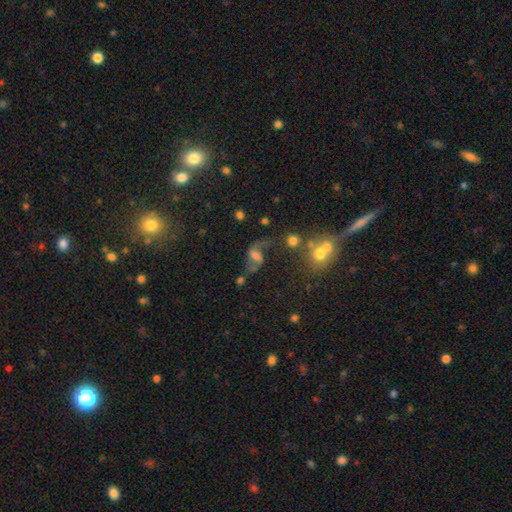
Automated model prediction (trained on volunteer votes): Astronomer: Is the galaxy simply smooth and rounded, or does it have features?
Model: featured or disk — 68%.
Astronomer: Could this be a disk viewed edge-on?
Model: no — 96%.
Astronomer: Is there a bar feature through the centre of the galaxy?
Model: weak — 48% (runner-up: strong, 27%).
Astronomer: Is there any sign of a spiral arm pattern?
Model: yes — 87%.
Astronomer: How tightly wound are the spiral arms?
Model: loose — 77%.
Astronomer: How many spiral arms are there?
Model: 2 — 88%.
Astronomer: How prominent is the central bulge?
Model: moderate — 32% (runner-up: small, 29%).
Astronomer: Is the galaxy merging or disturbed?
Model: none — 50%.